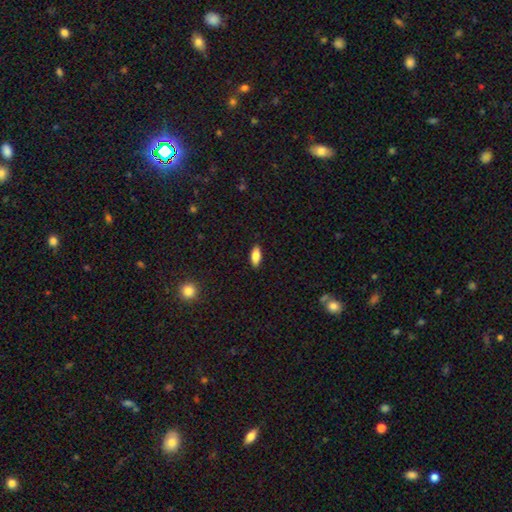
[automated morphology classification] Q: Smooth or featured?
A: smooth (82%); runner-up: featured or disk (11%)
Q: How rounded?
A: in between (83%); runner-up: cigar-shaped (15%)
Q: Merging?
A: none (90%); runner-up: minor disturbance (8%)